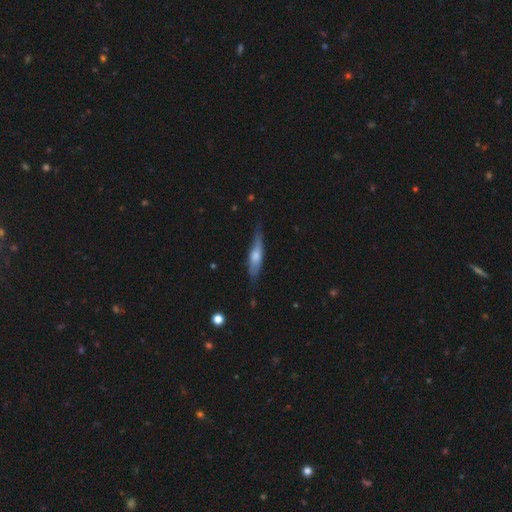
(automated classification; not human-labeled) A smooth galaxy with no disk features (52%) that is cigar-shaped (73%). Merging: none (72%).